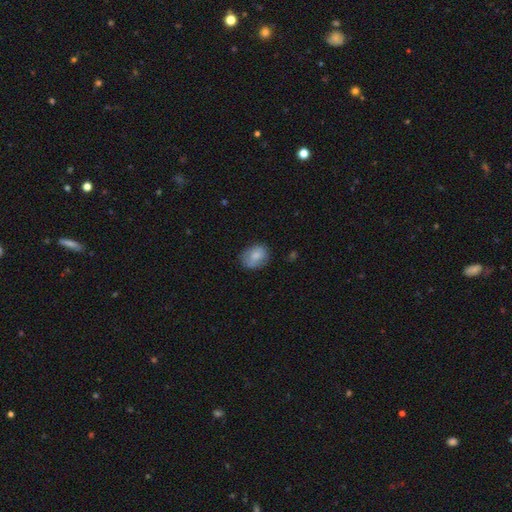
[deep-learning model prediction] smooth_or_featured: smooth (p=0.77) [alt: featured or disk p=0.15]
how_rounded: round (p=0.51) [alt: in between p=0.48]
merging: none (p=0.65) [alt: minor disturbance p=0.25]